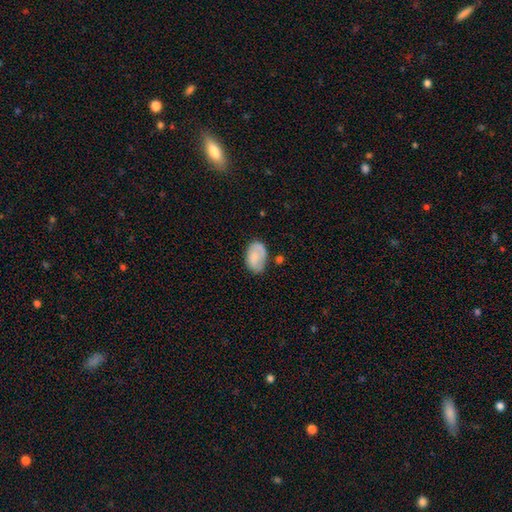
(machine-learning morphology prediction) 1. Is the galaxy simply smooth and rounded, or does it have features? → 70% smooth, 23% featured or disk, 7% star or artifact.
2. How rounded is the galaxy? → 89% in between, 10% round, 1% cigar-shaped.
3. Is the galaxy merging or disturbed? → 59% none, 26% minor disturbance, 9% major disturbance, 5% merger.